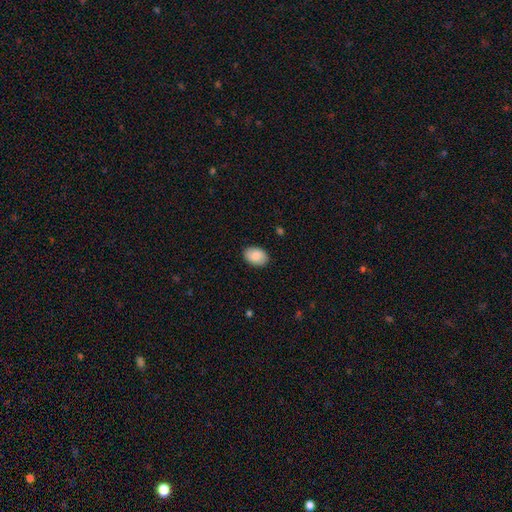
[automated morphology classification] Overall: smooth (87%). How rounded: in between (82%). Merging: none (88%).